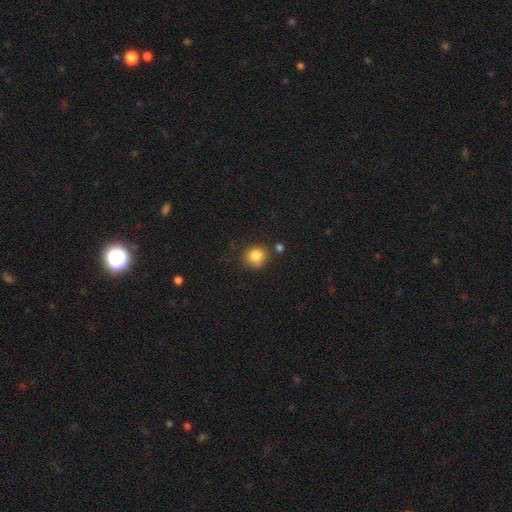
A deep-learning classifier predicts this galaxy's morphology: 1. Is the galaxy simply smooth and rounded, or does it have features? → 82% smooth, 11% star or artifact, 7% featured or disk.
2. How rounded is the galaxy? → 84% round, 15% in between, 1% cigar-shaped.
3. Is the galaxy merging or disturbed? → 69% none, 16% minor disturbance, 10% merger, 4% major disturbance.